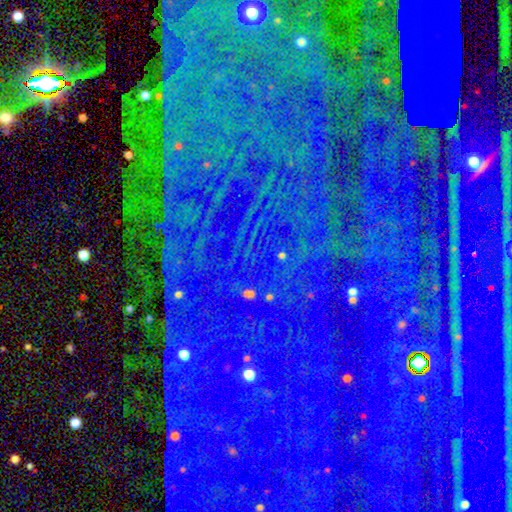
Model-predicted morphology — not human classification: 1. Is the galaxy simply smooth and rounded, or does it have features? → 85% star or artifact, 8% smooth, 7% featured or disk.